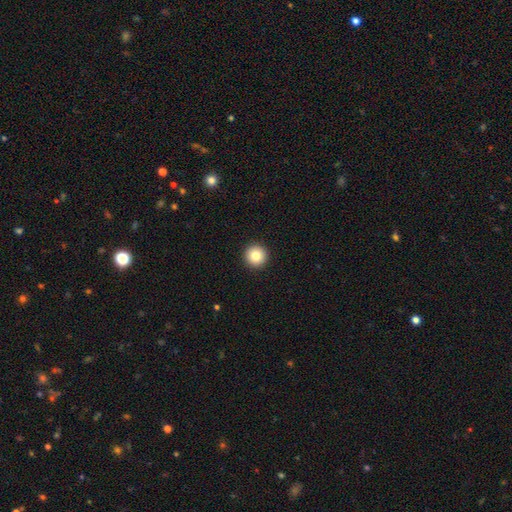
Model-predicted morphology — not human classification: type=smooth (83%); roundness=round (96%); merging=none (94%).